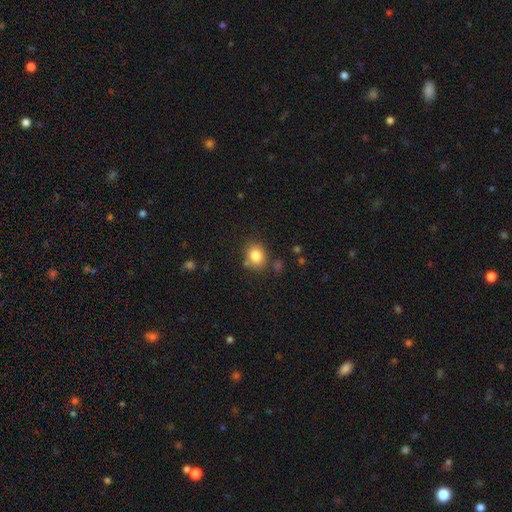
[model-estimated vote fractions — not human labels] Overall: smooth (83%). How rounded: round (68%; in between 32%). Merging: none (76%).